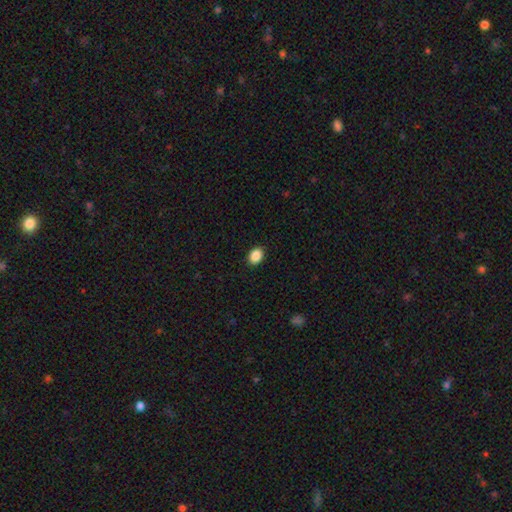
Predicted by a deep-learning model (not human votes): This is clearly a smooth galaxy (89%). How rounded: likely in between (67%). Merging: clearly none (91%).